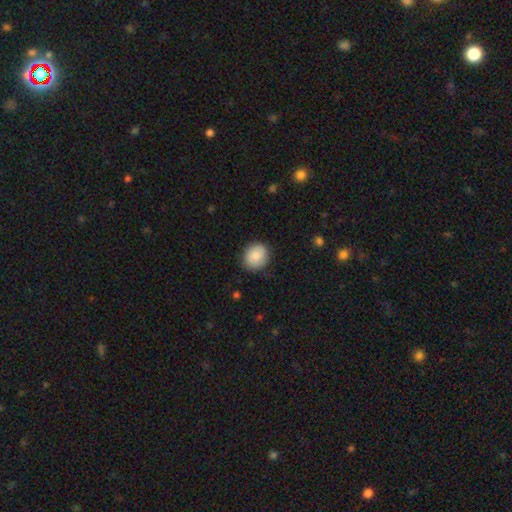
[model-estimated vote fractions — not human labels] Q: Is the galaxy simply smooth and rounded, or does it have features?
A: smooth — 87%.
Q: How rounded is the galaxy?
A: round — 68%.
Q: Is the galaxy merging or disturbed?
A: none — 85%.